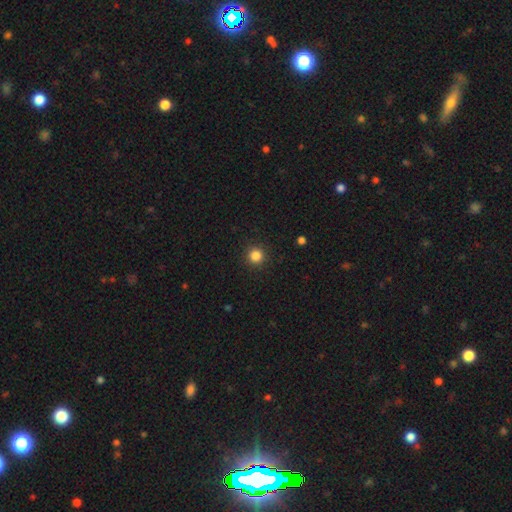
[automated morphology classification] Overall: smooth (84%). How rounded: round (95%). Merging: none (92%).